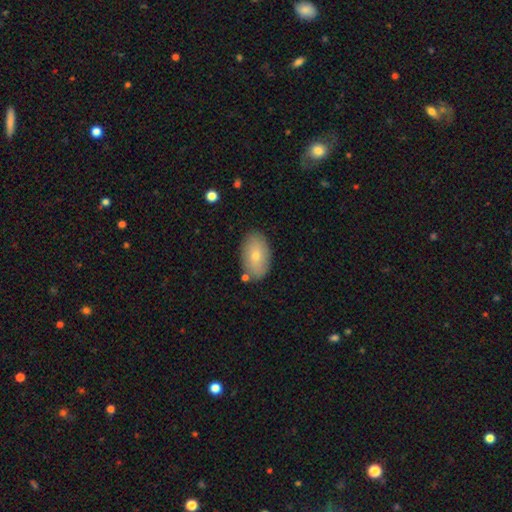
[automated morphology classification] A smooth galaxy with no disk features (69%) that is in between round and cigar-shaped (92%). Merging: none (84%).